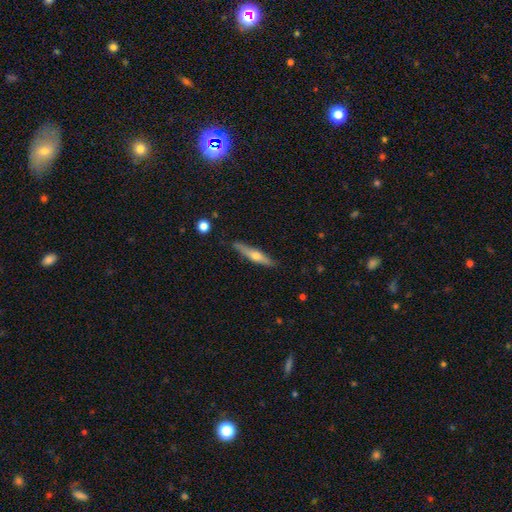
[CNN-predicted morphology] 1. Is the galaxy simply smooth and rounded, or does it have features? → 50% featured or disk, 44% smooth, 6% star or artifact.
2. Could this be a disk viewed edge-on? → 94% yes, 6% no.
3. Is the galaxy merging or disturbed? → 84% none, 12% minor disturbance, 2% major disturbance, 2% merger.